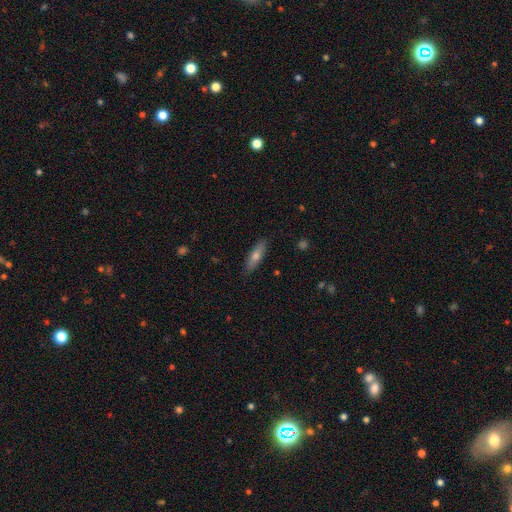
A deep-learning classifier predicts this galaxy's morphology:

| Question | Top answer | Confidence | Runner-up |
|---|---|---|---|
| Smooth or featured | smooth | 65% | featured or disk (28%) |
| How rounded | cigar-shaped | 60% | in between (38%) |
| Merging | none | 87% | minor disturbance (10%) |